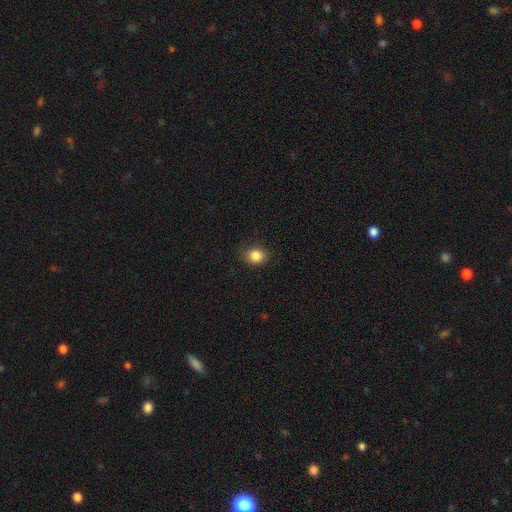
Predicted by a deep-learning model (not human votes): This is clearly a smooth galaxy (85%). How rounded: likely round (68%). Merging: clearly none (84%).